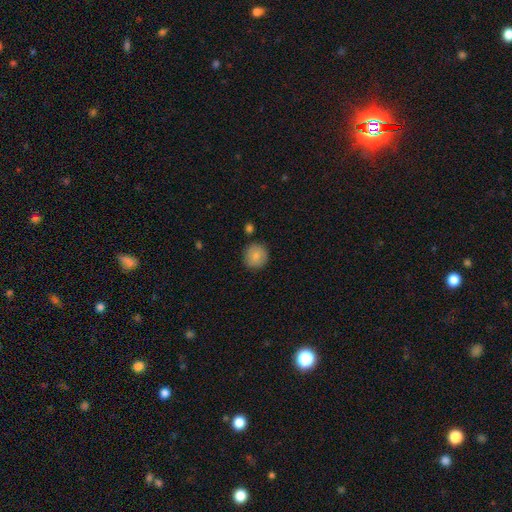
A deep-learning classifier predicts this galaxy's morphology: smooth 85%, star or artifact 7%, featured or disk 7%. Down the decision tree: how rounded — round (90%); merging — none (85%).